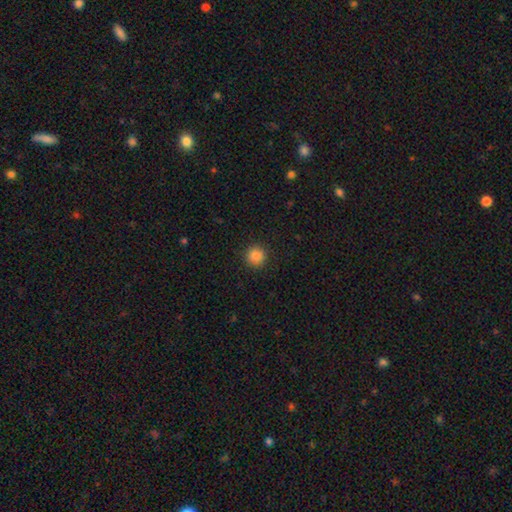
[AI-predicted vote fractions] smooth_or_featured: smooth (p=0.86) [alt: star or artifact p=0.10]
how_rounded: round (p=0.93) [alt: in between p=0.06]
merging: none (p=0.91) [alt: minor disturbance p=0.06]